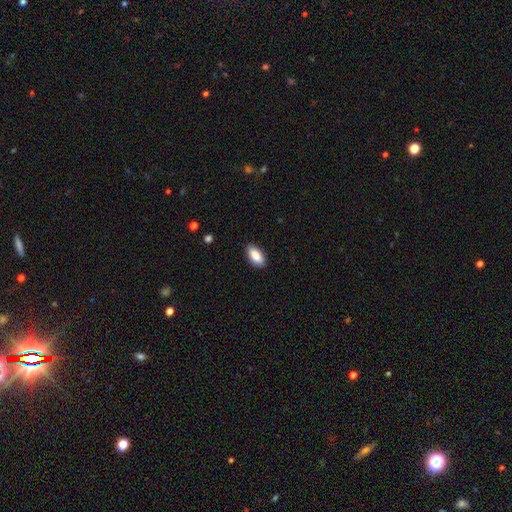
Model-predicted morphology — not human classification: Q: Smooth or featured?
A: smooth (88%); runner-up: star or artifact (6%)
Q: How rounded?
A: in between (93%); runner-up: cigar-shaped (5%)
Q: Merging?
A: none (89%); runner-up: minor disturbance (8%)